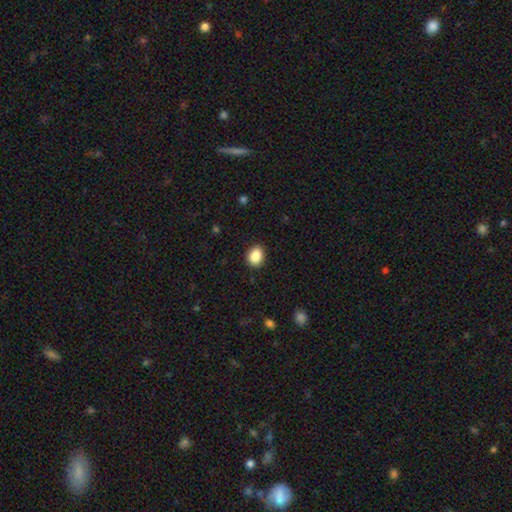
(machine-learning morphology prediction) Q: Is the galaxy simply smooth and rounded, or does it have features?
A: smooth — 88%.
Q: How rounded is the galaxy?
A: in between — 58%.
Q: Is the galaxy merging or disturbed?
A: none — 89%.